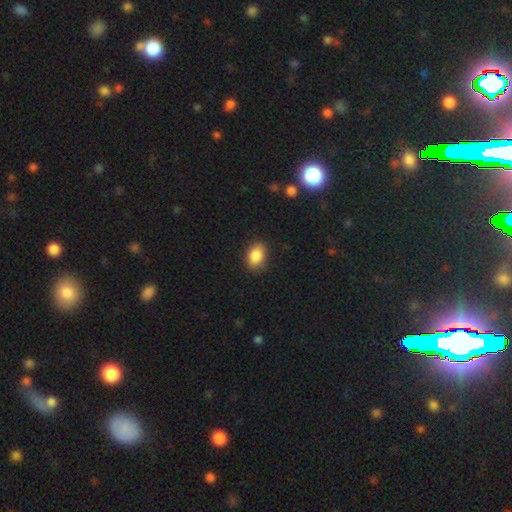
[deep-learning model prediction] A smooth galaxy with no disk features (87%) that is in between round and cigar-shaped (79%). Merging: none (87%).